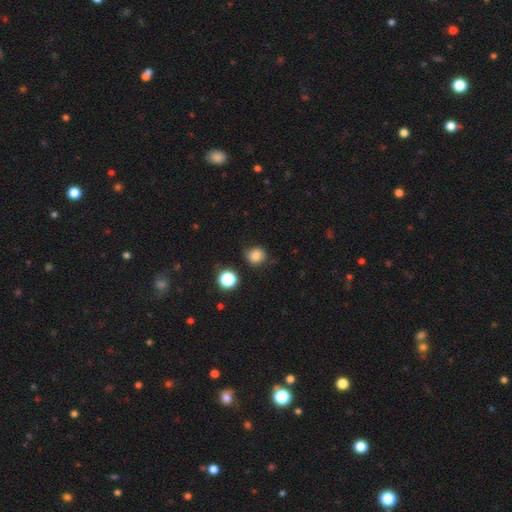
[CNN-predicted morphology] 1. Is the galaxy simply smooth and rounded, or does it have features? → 81% smooth, 13% star or artifact, 6% featured or disk.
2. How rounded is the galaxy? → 84% round, 15% in between, 1% cigar-shaped.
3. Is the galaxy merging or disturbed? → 75% none, 18% minor disturbance, 5% major disturbance, 3% merger.